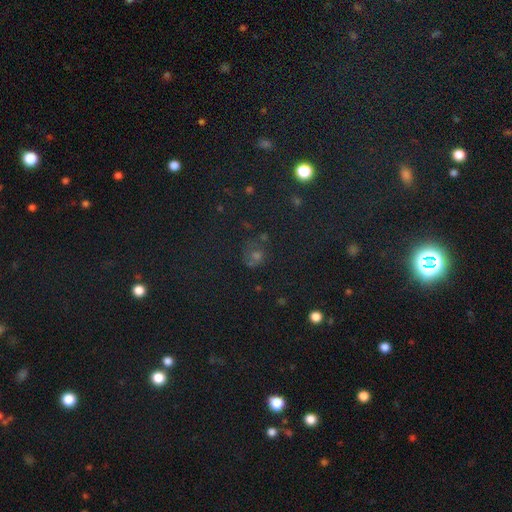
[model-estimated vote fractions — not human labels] A smooth galaxy with no disk features (45%).

Vote fractions:
- Smooth or featured? smooth: 45% / star or artifact: 39% / featured or disk: 16%
- Merging? none: 64% / minor disturbance: 18% / major disturbance: 11% / merger: 6%